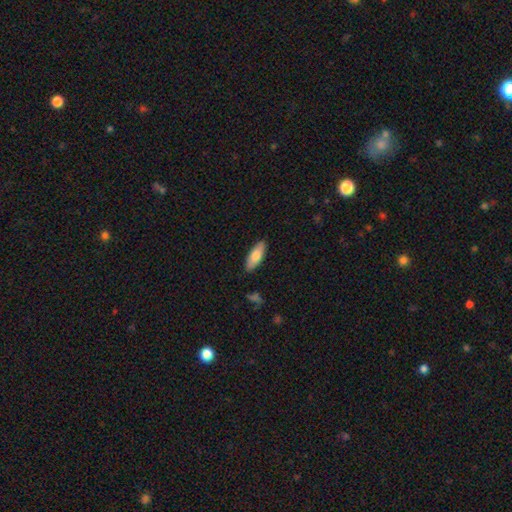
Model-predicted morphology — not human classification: This appears to be a smooth galaxy with no disk features (77%) that is in between round and cigar-shaped (71%). Merging: none (88%).